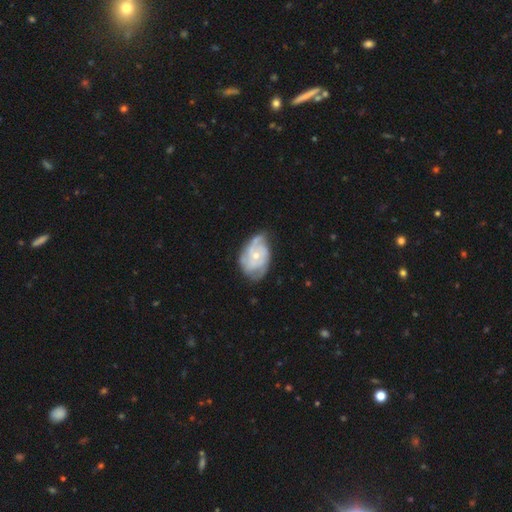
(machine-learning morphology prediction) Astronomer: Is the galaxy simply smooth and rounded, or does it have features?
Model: featured or disk — 78%.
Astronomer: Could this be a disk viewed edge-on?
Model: no — 97%.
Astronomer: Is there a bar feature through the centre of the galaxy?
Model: no — 75%.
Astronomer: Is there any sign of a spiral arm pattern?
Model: yes — 90%.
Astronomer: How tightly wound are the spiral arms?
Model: tight — 50% (runner-up: medium, 36%).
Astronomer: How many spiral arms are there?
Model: can't tell — 30% (runner-up: 2, 27%).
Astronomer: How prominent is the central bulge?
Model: small — 59% (runner-up: moderate, 38%).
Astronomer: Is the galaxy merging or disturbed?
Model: none — 58%.